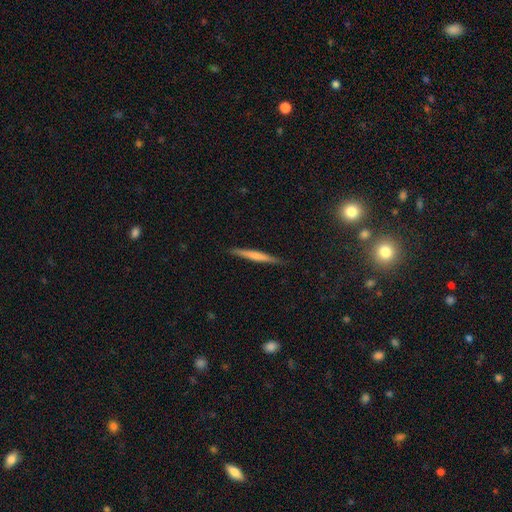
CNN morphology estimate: The model was most divided on "smooth or featured": smooth: 54%, featured or disk: 40%, star or artifact: 6%. More confident: how rounded — cigar-shaped (96%); merging — none (89%).